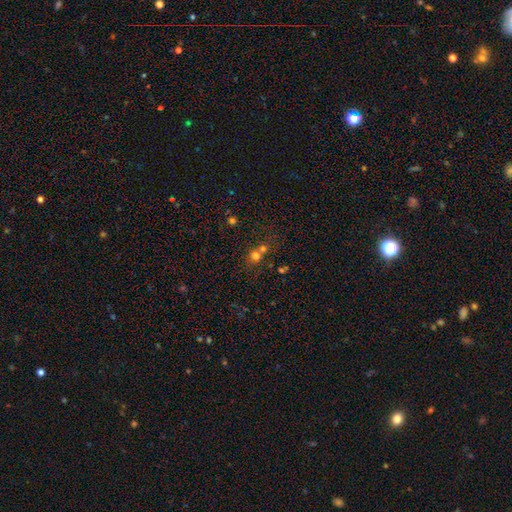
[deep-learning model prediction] Morphology: type=smooth (68%); roundness=round (83%); merging=merger (47%).